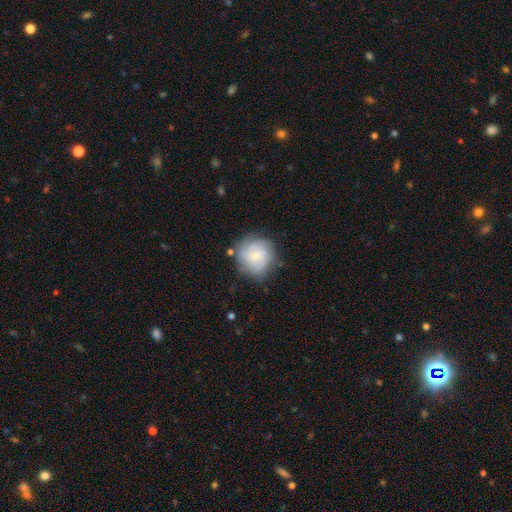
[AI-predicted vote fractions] Smooth or featured? featured or disk (51%)
Edge-on disk? no (98%)
Merging? none (74%)